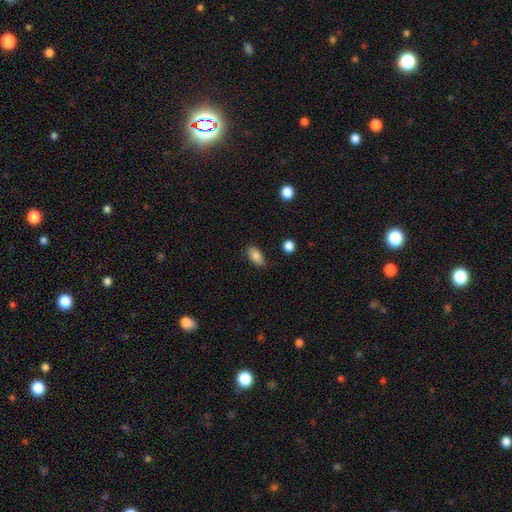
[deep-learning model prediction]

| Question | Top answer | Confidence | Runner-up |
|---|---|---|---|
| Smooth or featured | smooth | 82% | featured or disk (10%) |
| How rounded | in between | 90% | cigar-shaped (5%) |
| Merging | none | 79% | minor disturbance (16%) |